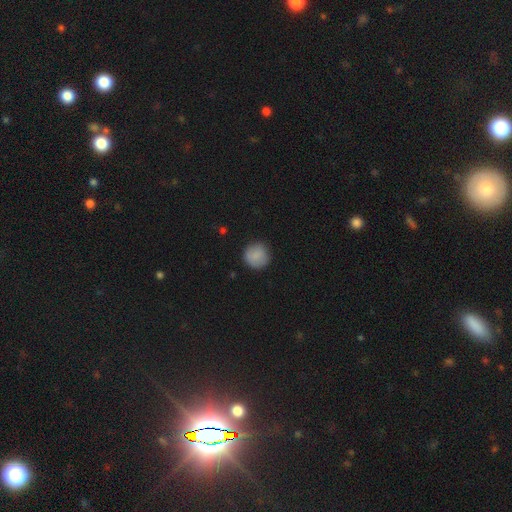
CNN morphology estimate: Smooth or featured: smooth — 87% (star or artifact — 7%)
How rounded: round — 94% (in between — 5%)
Merging: none — 87% (minor disturbance — 10%)